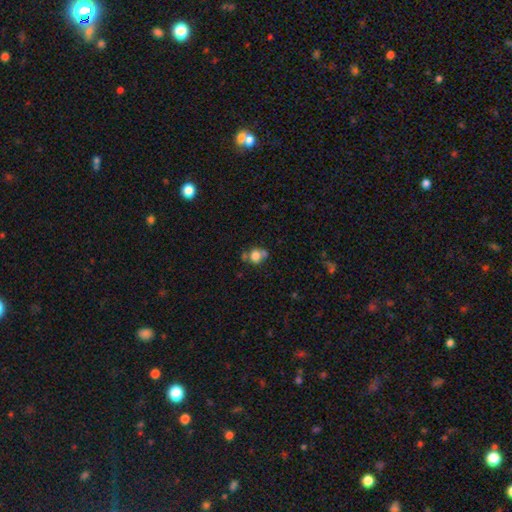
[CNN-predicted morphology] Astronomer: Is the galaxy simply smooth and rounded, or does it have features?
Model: smooth — 73%.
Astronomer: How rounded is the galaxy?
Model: round — 69%.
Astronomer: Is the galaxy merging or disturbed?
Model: none — 49% (runner-up: merger, 27%).